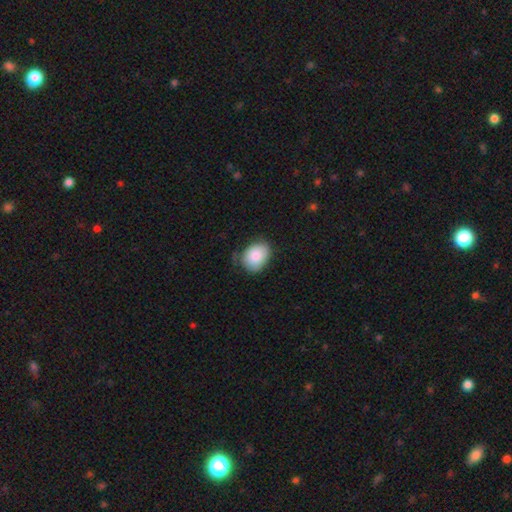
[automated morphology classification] Smooth or featured: smooth — 85% (featured or disk — 8%)
How rounded: in between — 64% (round — 35%)
Merging: none — 63% (minor disturbance — 29%)